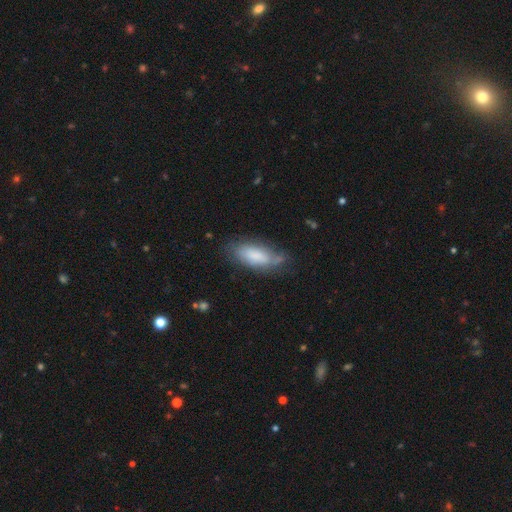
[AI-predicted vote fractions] Morphology: type=smooth (72%); roundness=in between (80%); merging=none (57%).